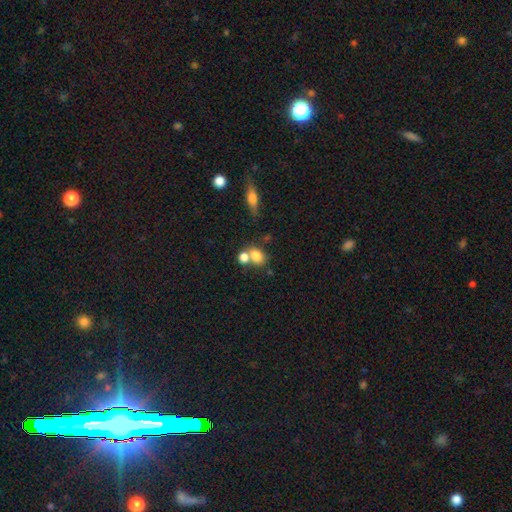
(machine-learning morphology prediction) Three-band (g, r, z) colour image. It shows a smooth galaxy with no disk features (78%) that is in between round and cigar-shaped (63%). Merging: merger (44%).